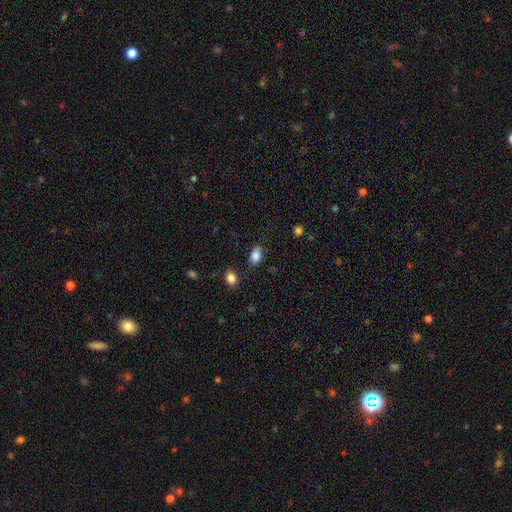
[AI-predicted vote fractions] Smooth or featured: smooth — 86% (star or artifact — 8%)
How rounded: in between — 89% (round — 9%)
Merging: none — 77% (minor disturbance — 16%)